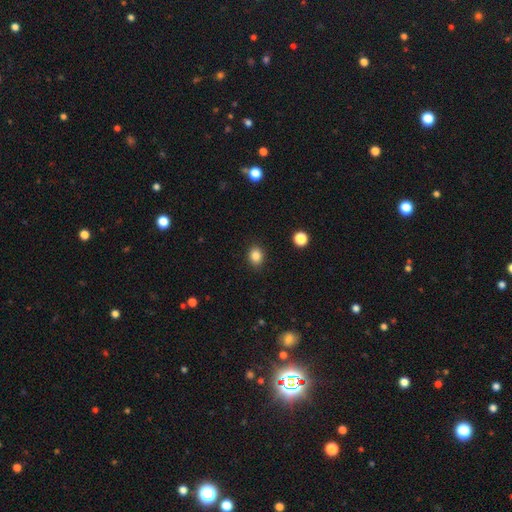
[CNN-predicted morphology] A smooth galaxy with no disk features (85%) that is in between round and cigar-shaped (50%, tied with round).

Vote fractions:
- Smooth or featured? smooth: 85% / star or artifact: 11% / featured or disk: 4%
- How rounded? in between: 50% (tied) / round: 50% (tied) / cigar-shaped: 1%
- Merging? none: 89% / minor disturbance: 8% / major disturbance: 2% / merger: 1%